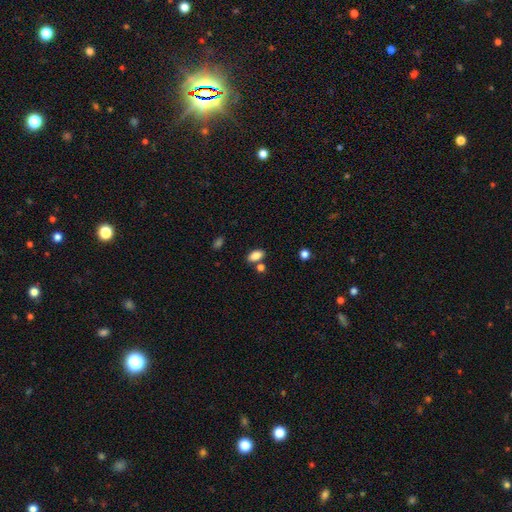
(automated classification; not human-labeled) Smooth or featured? Predicted: smooth (p=0.85). How rounded? Predicted: in between (p=0.90). Merging? Predicted: none (p=0.69).